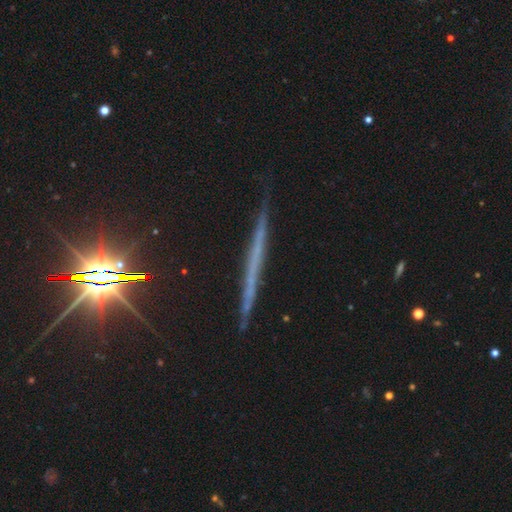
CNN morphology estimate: The model was most divided on "smooth or featured": featured or disk: 56%, smooth: 24%, star or artifact: 21%. More confident: edge-on disk — yes (96%); edge-on bulge — none (89%); merging — none (86%).